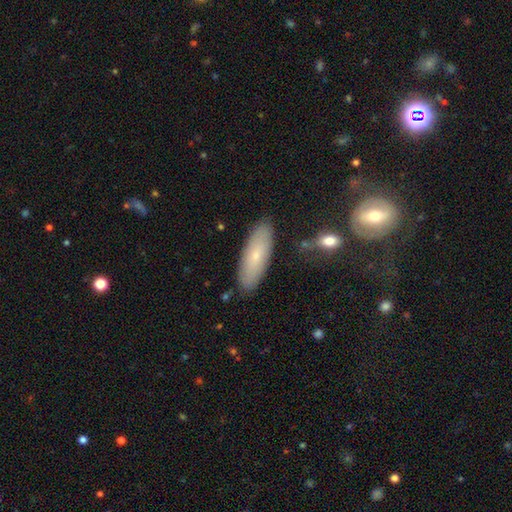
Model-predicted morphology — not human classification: Smooth or featured: smooth — 67% (featured or disk — 26%)
How rounded: in between — 59% (cigar-shaped — 39%)
Merging: none — 85% (minor disturbance — 11%)